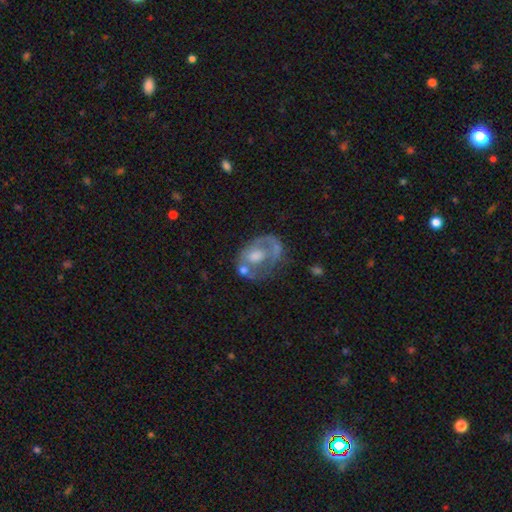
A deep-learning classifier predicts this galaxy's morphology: smooth_or_featured: featured or disk (p=0.63) [alt: smooth p=0.29]
disk_edge_on: no (p=0.96) [alt: yes p=0.04]
bar: no (p=0.79) [alt: weak p=0.17]
has_spiral_arms: no (p=0.62) [alt: yes p=0.38]
bulge_size: moderate (p=0.51) [alt: large p=0.23]
merging: none (p=0.41) [alt: major disturbance p=0.24]